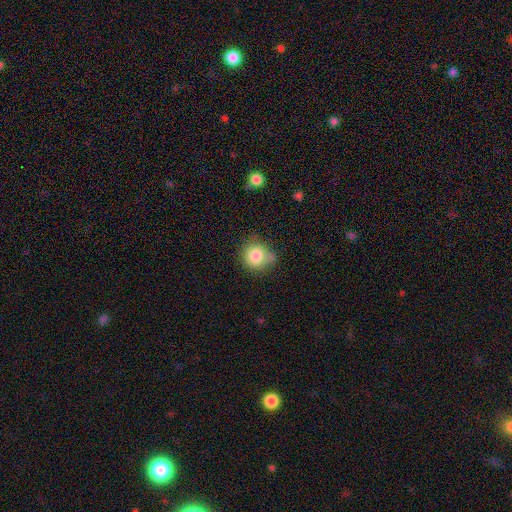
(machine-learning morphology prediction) Smooth or featured? smooth (83%)
How rounded? round (88%)
Merging? none (60%)